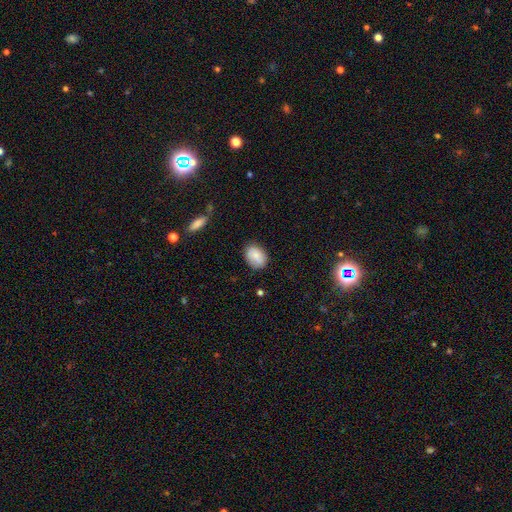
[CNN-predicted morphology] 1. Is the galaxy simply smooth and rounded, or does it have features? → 82% smooth, 10% featured or disk, 8% star or artifact.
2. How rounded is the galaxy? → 76% in between, 23% round, 1% cigar-shaped.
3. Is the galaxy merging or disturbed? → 78% none, 17% minor disturbance, 3% major disturbance, 2% merger.